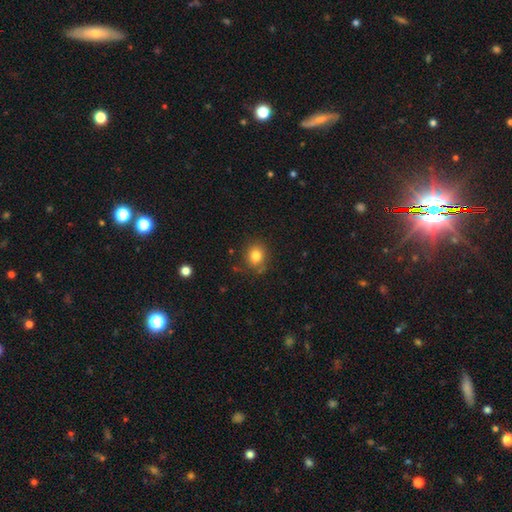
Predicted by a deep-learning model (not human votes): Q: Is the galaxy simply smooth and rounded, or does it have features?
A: smooth — 81%.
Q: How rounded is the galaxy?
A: round — 76%.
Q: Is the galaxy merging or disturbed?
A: none — 78%.